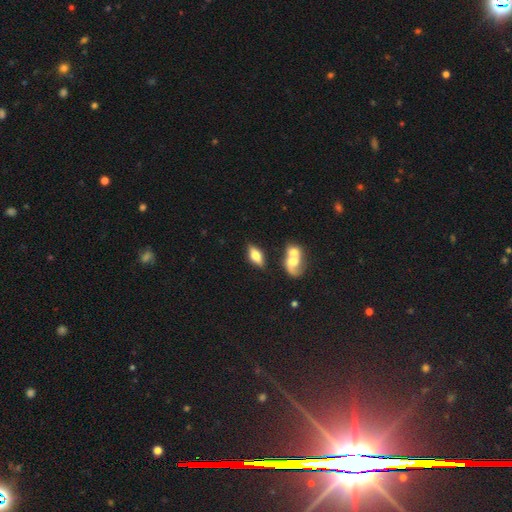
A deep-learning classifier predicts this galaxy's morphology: type=smooth (51%); roundness=in between (76%); merging=none (70%).